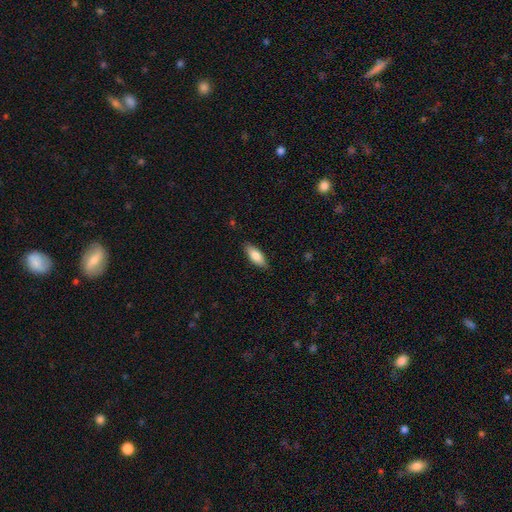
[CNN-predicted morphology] This is clearly a smooth galaxy (81%). How rounded: likely in between (73%). Merging: clearly none (86%).